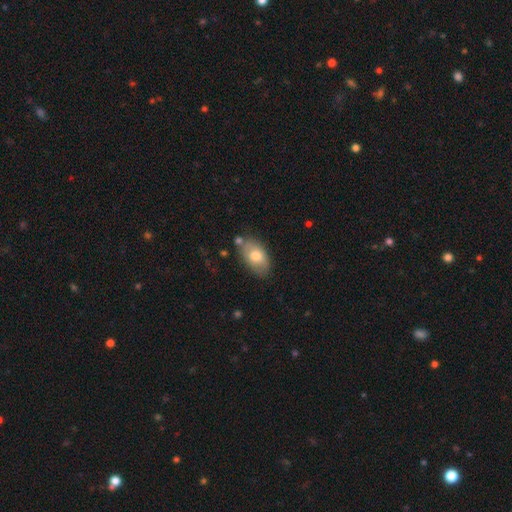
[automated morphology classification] A smooth galaxy with no disk features (74%) that is in between round and cigar-shaped (92%).

Vote fractions:
- Smooth or featured? smooth: 74% / featured or disk: 20% / star or artifact: 7%
- How rounded? in between: 92% / round: 6% / cigar-shaped: 2%
- Merging? none: 72% / minor disturbance: 18% / merger: 7% / major disturbance: 4%